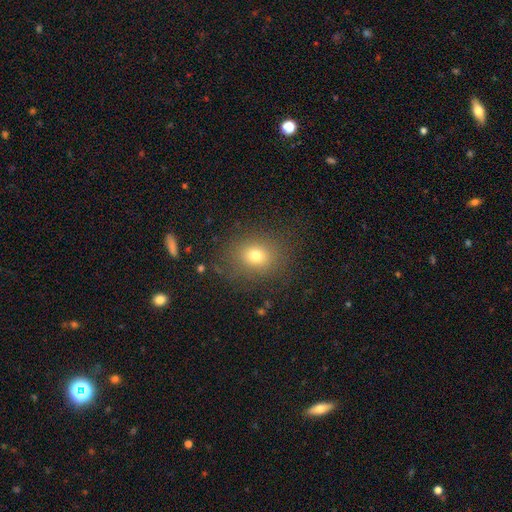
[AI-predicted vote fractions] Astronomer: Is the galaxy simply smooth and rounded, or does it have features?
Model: smooth — 74%.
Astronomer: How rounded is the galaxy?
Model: round — 61% (runner-up: in between, 37%).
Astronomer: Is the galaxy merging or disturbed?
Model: none — 81%.